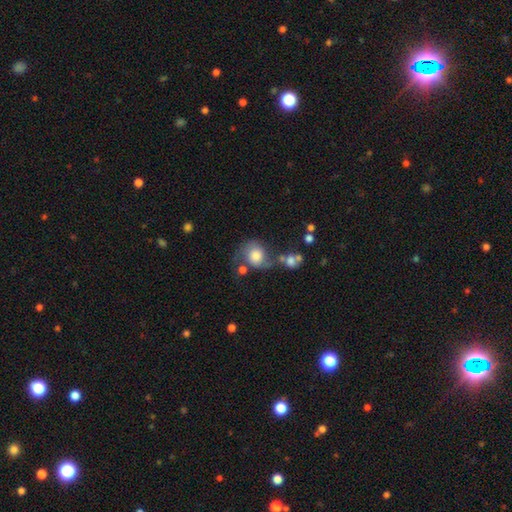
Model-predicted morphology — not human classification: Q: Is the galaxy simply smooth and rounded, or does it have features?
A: smooth — 62%.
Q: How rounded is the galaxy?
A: round — 72%.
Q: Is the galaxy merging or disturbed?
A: none — 38%.